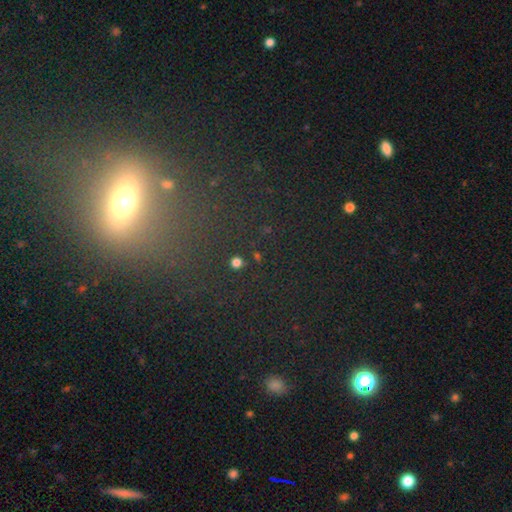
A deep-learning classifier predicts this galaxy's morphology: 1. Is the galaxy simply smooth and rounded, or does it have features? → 43% star or artifact, 37% smooth, 20% featured or disk.